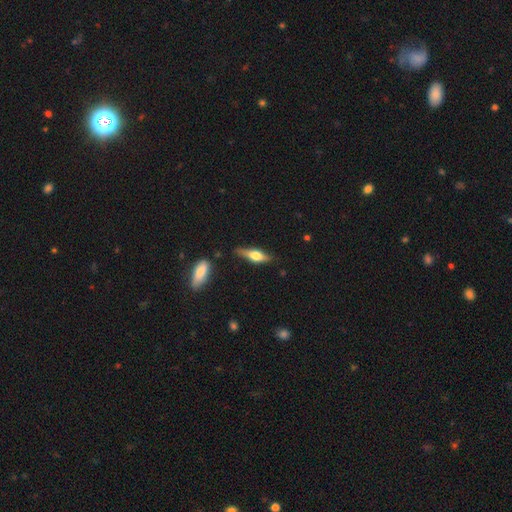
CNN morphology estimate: Smooth or featured: featured or disk — 49% (smooth — 45%)
Merging: none — 75% (minor disturbance — 18%)